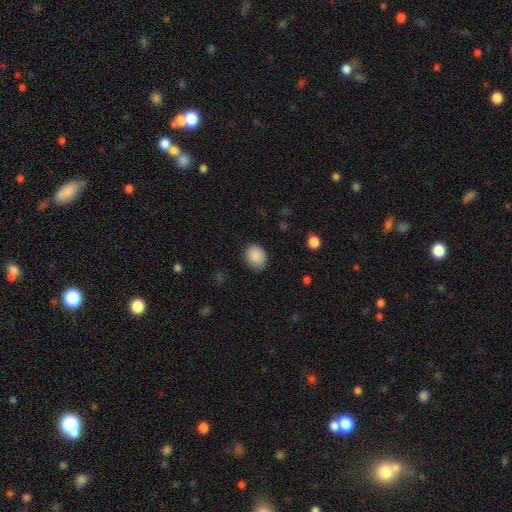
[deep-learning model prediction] smooth-or-featured: smooth: 89% | star or artifact: 8% | featured or disk: 3%
  how-rounded: in between: 52% | round: 47% | cigar-shaped: 1%
  merging: none: 81% | minor disturbance: 15% | major disturbance: 3% | merger: 1%